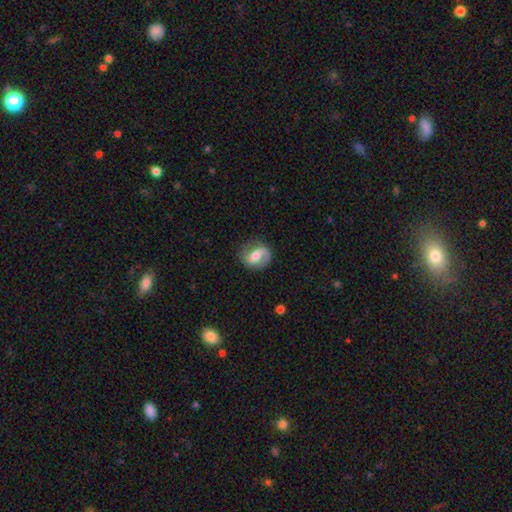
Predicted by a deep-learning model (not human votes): A featured or disk galaxy (69%) with a weak bar (47%), 2 (83%) medium (43%) spiral arms (89%) and a moderate central bulge (66%).

Vote fractions:
- Smooth or featured? featured or disk: 69% / smooth: 25% / star or artifact: 6%
- Edge-on disk? no: 97% / yes: 3%
- Bar? weak: 47% / strong: 27% / no: 26%
- Spiral arms? yes: 89% / no: 11%
- Spiral winding? medium: 43% / loose: 38% / tight: 20%
- Spiral arm count? 2: 83% / 1: 8% / can't tell: 6% / 3: 1% / 4: 1% / more than 4: 1%
- Bulge size? moderate: 66% / small: 22% / large: 9% / none: 2% / dominant: 1%
- Merging? none: 78% / minor disturbance: 15% / major disturbance: 6% / merger: 1%